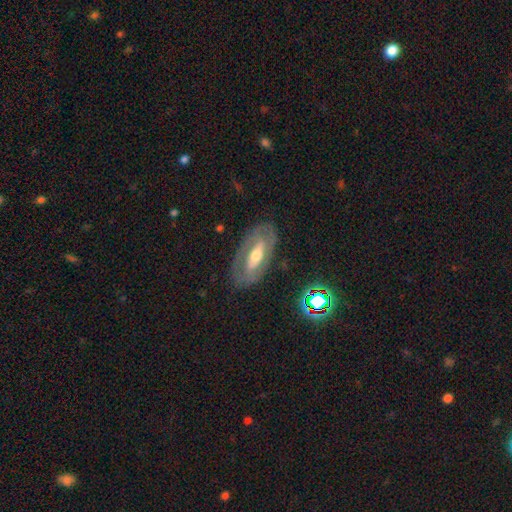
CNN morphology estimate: Overall: featured or disk (75%). Edge-on disk: no (89%). Bar: strong (37%; weak 36%). Spiral arms: yes (70%; no 30%). Bulge size: moderate (62%; small 30%). Merging: none (80%).